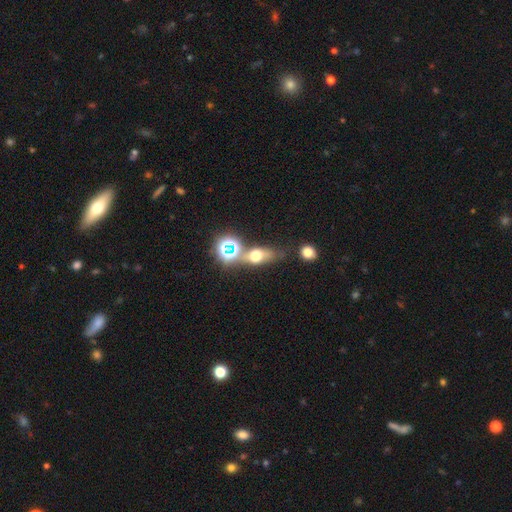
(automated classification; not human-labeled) smooth 53%, featured or disk 24%, star or artifact 23%. Down the decision tree: how rounded — in between (55%); merging — none (51%).